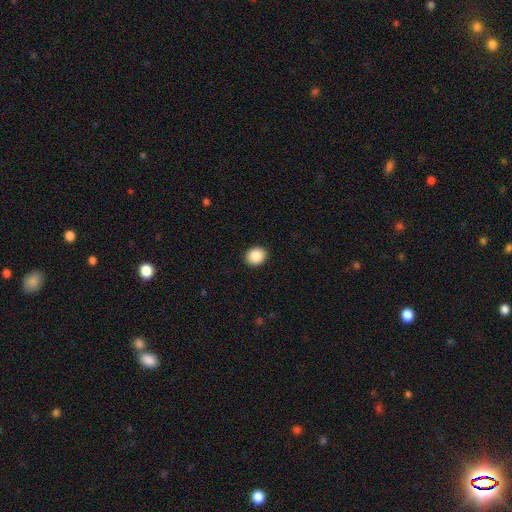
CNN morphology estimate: smooth 88%, star or artifact 8%, featured or disk 4%. Down the decision tree: how rounded — round (64%); merging — none (92%).